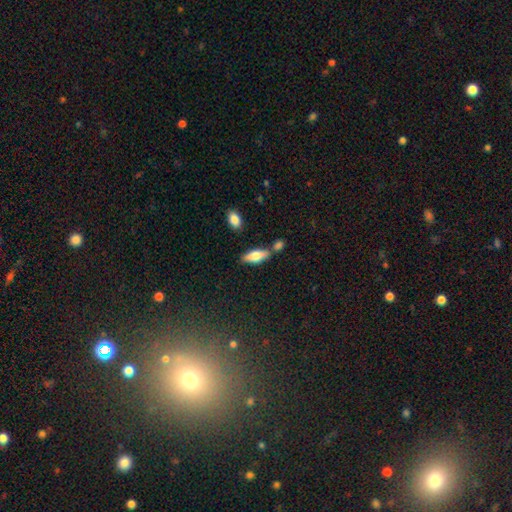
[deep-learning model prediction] This appears to be a smooth galaxy with no disk features (66%) that is in between round and cigar-shaped (62%). Merging: none (68%).